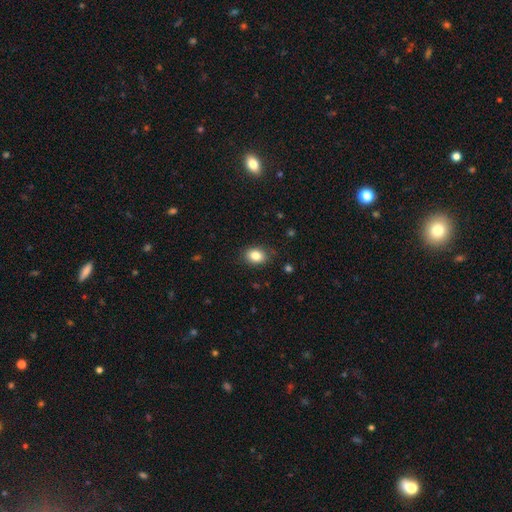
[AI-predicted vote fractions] Overall: smooth (84%). How rounded: in between (67%; round 32%). Merging: none (84%).